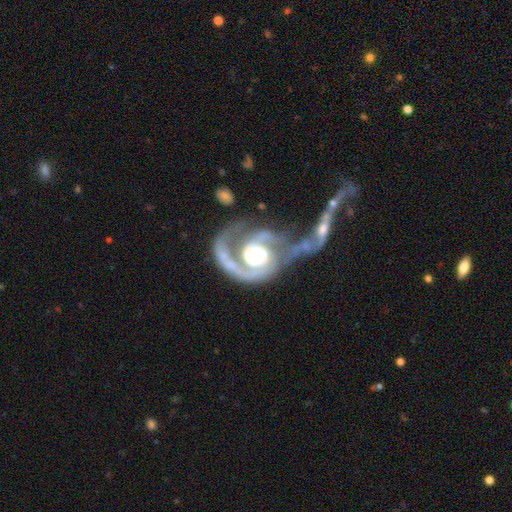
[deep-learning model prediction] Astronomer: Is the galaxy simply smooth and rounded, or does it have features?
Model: featured or disk — 91%.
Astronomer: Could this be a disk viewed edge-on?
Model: no — 98%.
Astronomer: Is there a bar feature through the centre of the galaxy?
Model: no — 44% (runner-up: weak, 39%).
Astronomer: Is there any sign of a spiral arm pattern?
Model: yes — 97%.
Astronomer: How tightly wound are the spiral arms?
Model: medium — 43% (runner-up: tight, 42%).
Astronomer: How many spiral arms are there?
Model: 2 — 60%.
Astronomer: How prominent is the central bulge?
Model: moderate — 44% (runner-up: large, 37%).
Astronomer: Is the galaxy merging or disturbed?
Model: merger — 33% (runner-up: major disturbance, 30%).